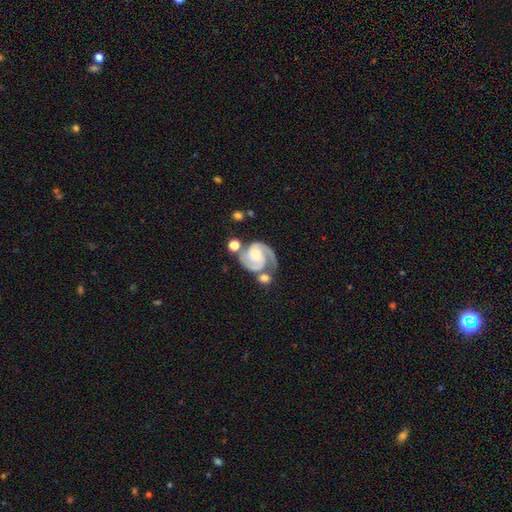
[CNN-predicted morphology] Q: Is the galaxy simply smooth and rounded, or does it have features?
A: featured or disk — 88%.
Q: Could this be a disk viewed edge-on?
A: no — 98%.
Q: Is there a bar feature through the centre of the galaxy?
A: no — 64%.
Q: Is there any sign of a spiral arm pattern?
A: yes — 97%.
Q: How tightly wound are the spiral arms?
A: tight — 47%.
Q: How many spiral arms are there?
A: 2 — 85%.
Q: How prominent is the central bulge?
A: small — 51%.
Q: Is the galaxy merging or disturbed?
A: none — 48%.